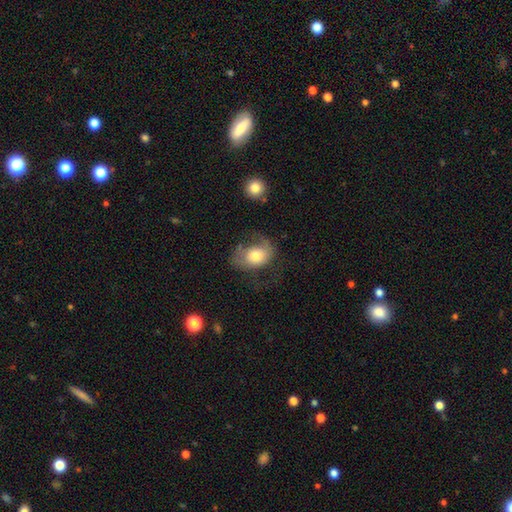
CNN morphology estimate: smooth_or_featured: smooth (p=0.63) [alt: featured or disk p=0.29]
how_rounded: in between (p=0.71) [alt: round p=0.28]
merging: major disturbance (p=0.35) [tied with: none p=0.35]